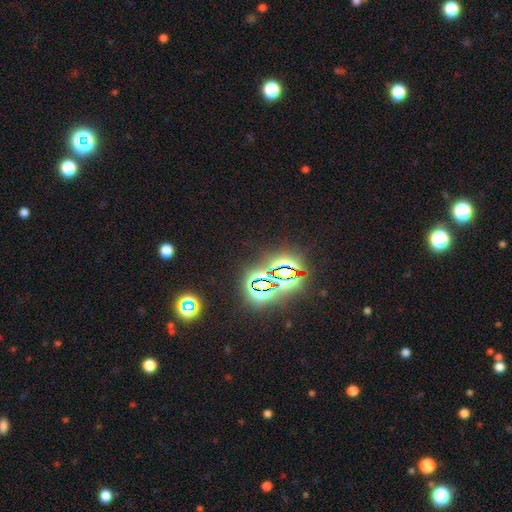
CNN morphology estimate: A star or artifact, not a galaxy (79%).

Vote fractions:
- Smooth or featured? star or artifact: 79% / smooth: 12% / featured or disk: 9%